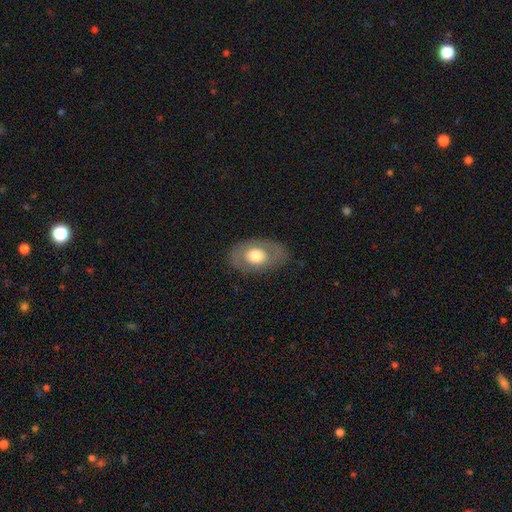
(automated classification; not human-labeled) smooth-or-featured: smooth: 55% | featured or disk: 38% | star or artifact: 6%
  how-rounded: in between: 83% | round: 15% | cigar-shaped: 1%
  merging: none: 78% | minor disturbance: 14% | major disturbance: 6% | merger: 1%